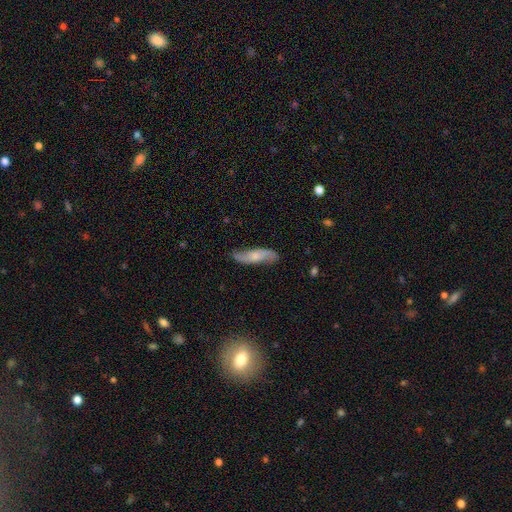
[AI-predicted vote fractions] featured or disk 49%, smooth 45%, star or artifact 6%. Down the decision tree: merging — none (78%).